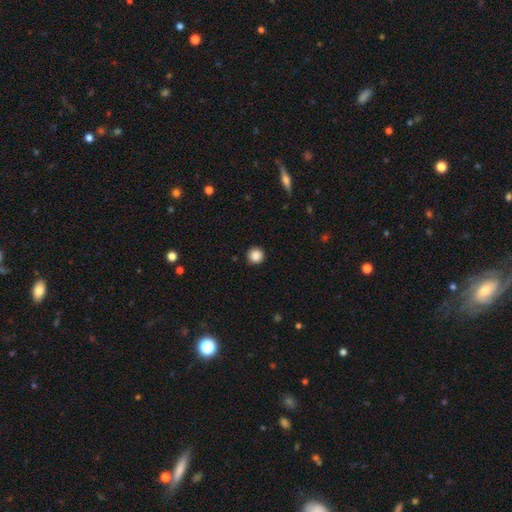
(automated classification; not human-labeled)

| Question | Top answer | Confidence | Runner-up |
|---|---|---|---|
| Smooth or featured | smooth | 87% | star or artifact (10%) |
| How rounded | round | 95% | in between (4%) |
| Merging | none | 91% | minor disturbance (6%) |